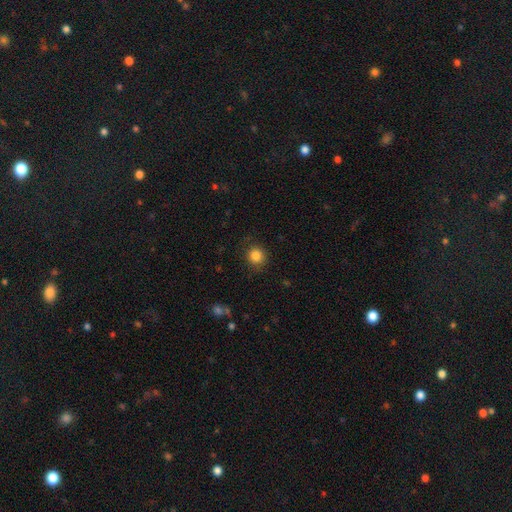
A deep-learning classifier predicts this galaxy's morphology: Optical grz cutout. It shows a smooth galaxy with no disk features (85%) that is round (89%). Merging: none (86%).